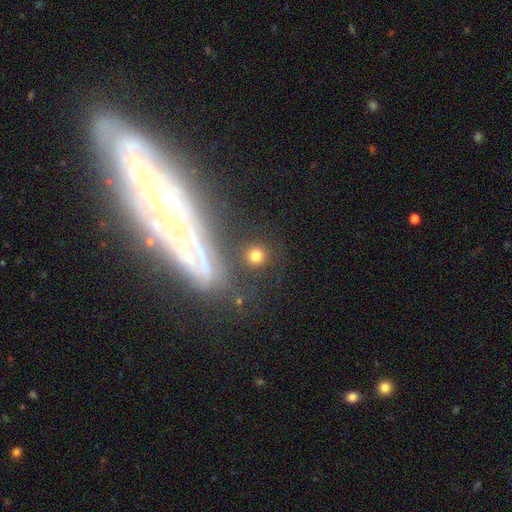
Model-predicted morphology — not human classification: Smooth or featured?
  - smooth: 76% *
  - star or artifact: 13%
  - featured or disk: 10%
How rounded?
  - round: 91% *
  - in between: 7%
  - cigar-shaped: 2%
Merging?
  - none: 85% *
  - minor disturbance: 7%
  - merger: 4%
  - major disturbance: 4%